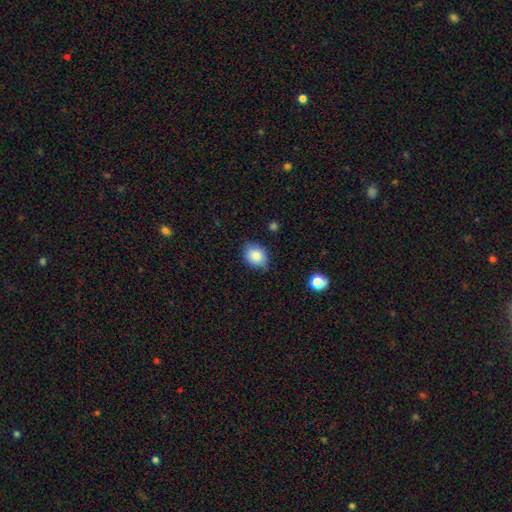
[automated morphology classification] This appears to be a smooth galaxy with no disk features (83%) that is in between round and cigar-shaped (56%). Merging: none (74%).